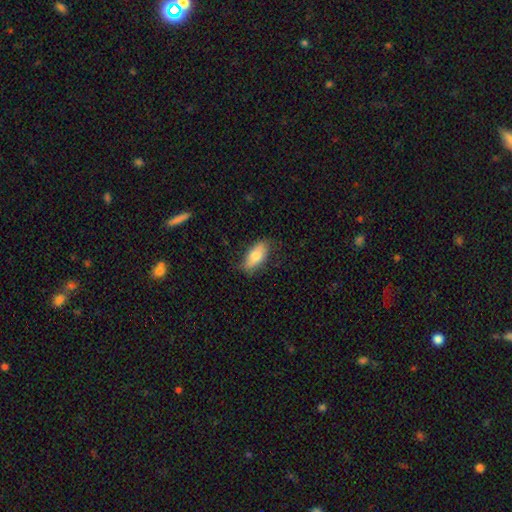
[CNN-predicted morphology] Smooth or featured? Predicted: smooth (p=0.73). How rounded? Predicted: in between (p=0.86). Merging? Predicted: none (p=0.74).